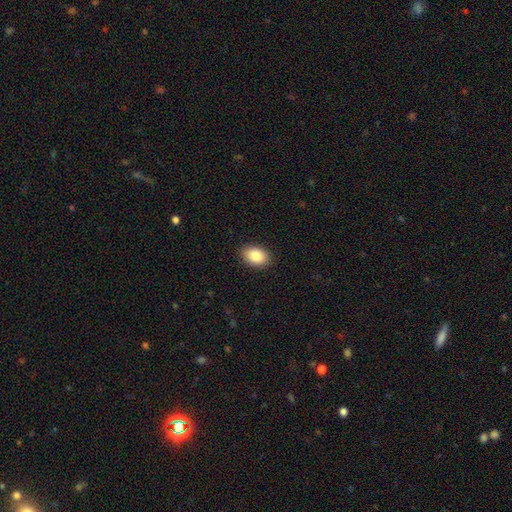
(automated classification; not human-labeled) Q: Smooth or featured?
A: smooth (87%); runner-up: star or artifact (7%)
Q: How rounded?
A: in between (84%); runner-up: round (14%)
Q: Merging?
A: none (89%); runner-up: minor disturbance (8%)